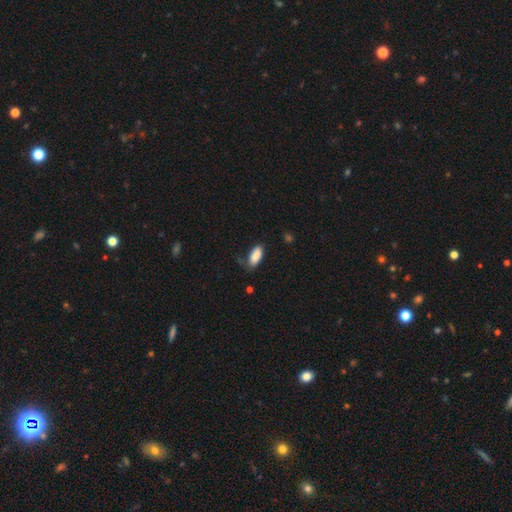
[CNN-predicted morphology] This is clearly a smooth galaxy (87%). How rounded: clearly in between (88%). Merging: likely none (60%).